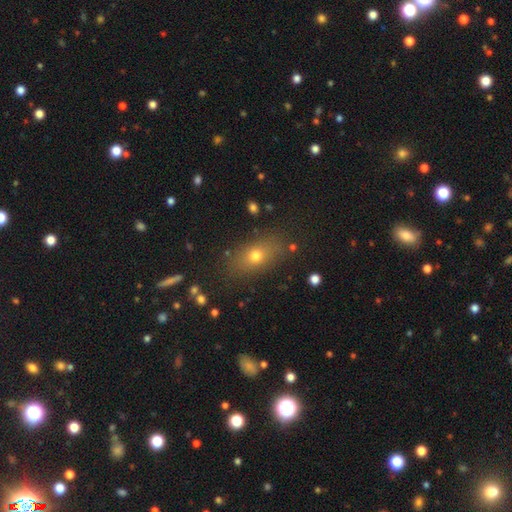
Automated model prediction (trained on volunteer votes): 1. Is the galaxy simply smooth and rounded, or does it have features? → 69% smooth, 15% star or artifact, 15% featured or disk.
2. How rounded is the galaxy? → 73% in between, 20% round, 7% cigar-shaped.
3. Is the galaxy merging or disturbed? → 83% none, 10% minor disturbance, 4% major disturbance, 2% merger.